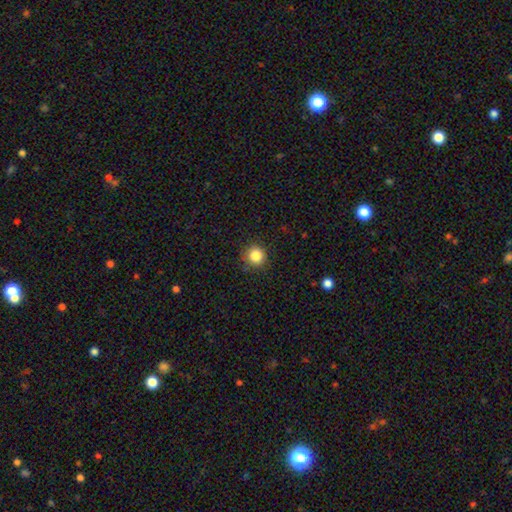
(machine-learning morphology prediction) This is clearly a smooth galaxy (85%). How rounded: clearly round (93%). Merging: clearly none (88%).